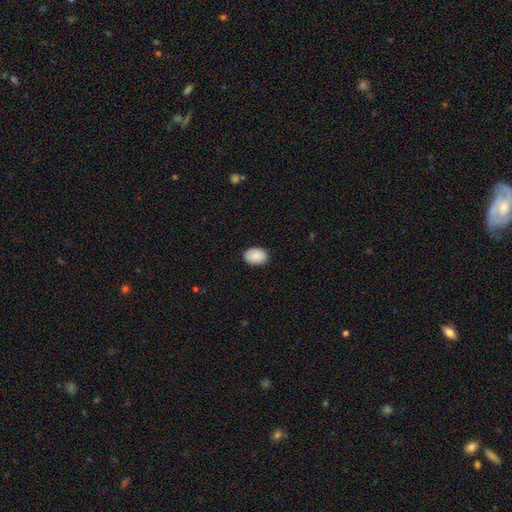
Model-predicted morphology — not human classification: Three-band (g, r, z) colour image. It shows a smooth galaxy with no disk features (90%) that is in between round and cigar-shaped (82%). Merging: none (88%).